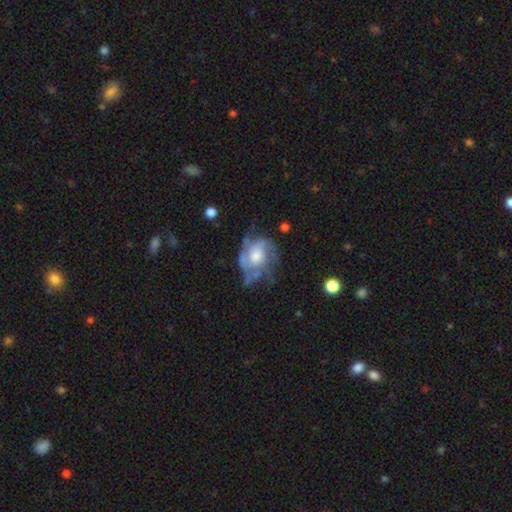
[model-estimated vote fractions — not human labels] This is likely a featured or disk galaxy (77%). It is clearly not viewed edge-on (97%). Bar: likely no (73%). Spiral arm pattern: clearly yes (87%). Spiral arm count: marginally can't tell (28%, tied with 2). Spiral winding: marginally medium (43%). Central bulge: possibly moderate (57%). Merging: possibly none (50%).